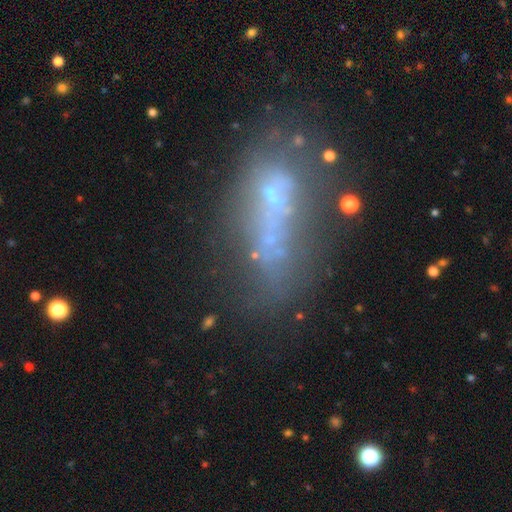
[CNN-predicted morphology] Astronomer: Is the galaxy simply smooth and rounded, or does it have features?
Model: featured or disk — 43% (runner-up: star or artifact, 29%).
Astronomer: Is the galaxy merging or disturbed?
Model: none — 34% (runner-up: major disturbance, 26%).